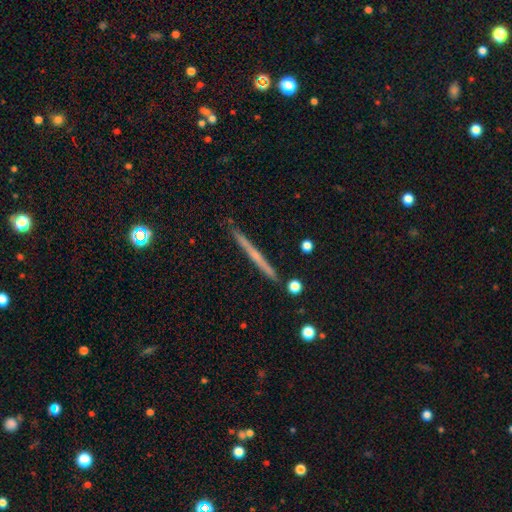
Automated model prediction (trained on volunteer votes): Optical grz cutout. It shows a featured or disk galaxy (58%) viewed edge-on (98%) with no central bulge (77%). Merging: none (90%).